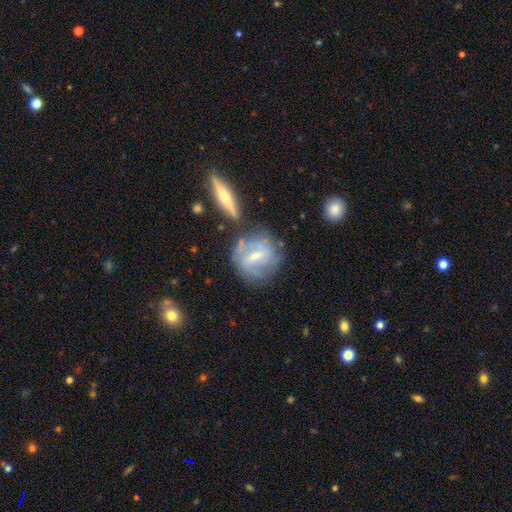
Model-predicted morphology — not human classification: Smooth or featured? Predicted: featured or disk (p=0.73). Edge-on disk? Predicted: no (p=0.93). Bar? Predicted: weak (p=0.51). Spiral arms? Predicted: yes (p=0.83). Spiral winding? Predicted: medium (p=0.40). Spiral arm count? Predicted: 2 (p=0.50). Bulge size? Predicted: small (p=0.54). Merging? Predicted: none (p=0.63).